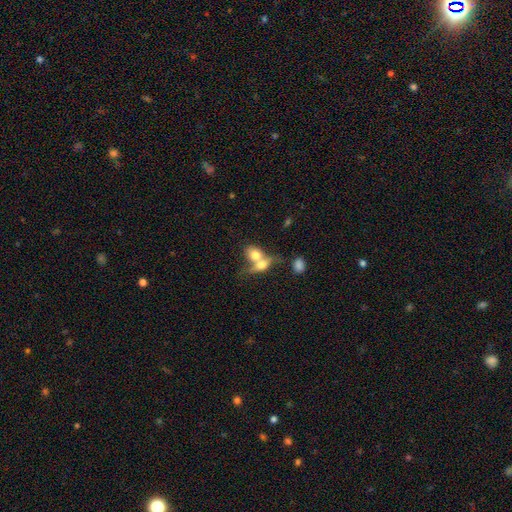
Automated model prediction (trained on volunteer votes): Smooth or featured?
  - smooth: 71% *
  - featured or disk: 21%
  - star or artifact: 8%
How rounded?
  - in between: 66% *
  - round: 29%
  - cigar-shaped: 5%
Merging?
  - merger: 73% *
  - none: 16%
  - minor disturbance: 6%
  - major disturbance: 5%